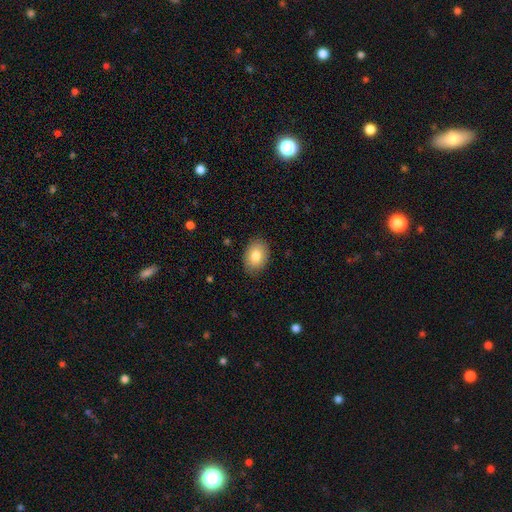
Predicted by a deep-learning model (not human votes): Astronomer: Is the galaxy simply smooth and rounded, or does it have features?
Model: smooth — 81%.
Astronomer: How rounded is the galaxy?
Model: in between — 78%.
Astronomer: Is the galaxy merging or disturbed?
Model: none — 86%.